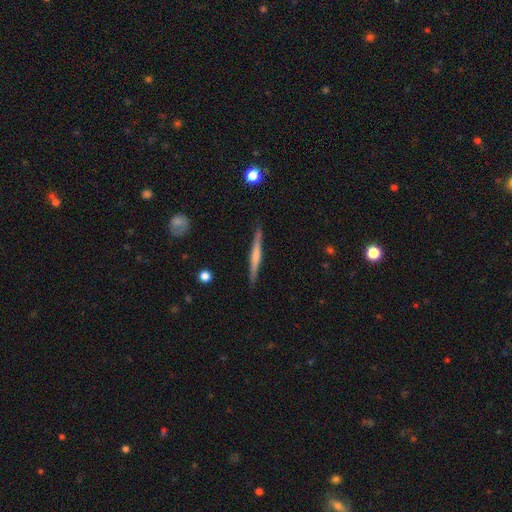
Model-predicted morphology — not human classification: Smooth or featured: featured or disk — 57% (smooth — 38%)
Edge-on disk: yes — 98% (no — 2%)
Edge-on bulge: none — 45% (rounded — 39%)
Merging: none — 89% (minor disturbance — 8%)